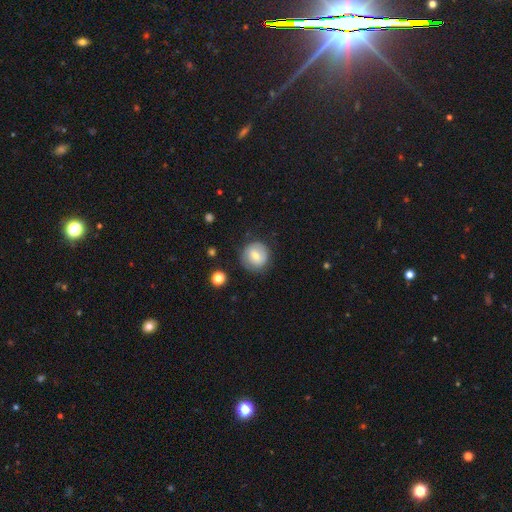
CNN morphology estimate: Overall: smooth (65%; featured or disk 27%). How rounded: round (92%). Merging: none (82%).